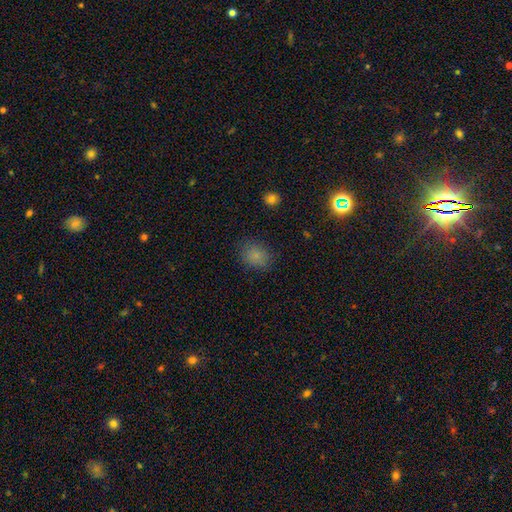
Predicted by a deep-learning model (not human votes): Morphology: type=smooth (82%); roundness=round (51%); merging=none (82%).